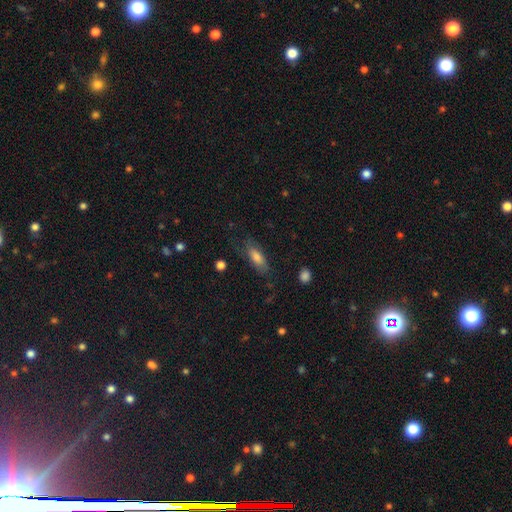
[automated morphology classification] Q: Smooth or featured?
A: smooth (75%); runner-up: featured or disk (18%)
Q: How rounded?
A: in between (71%); runner-up: cigar-shaped (26%)
Q: Merging?
A: none (67%); runner-up: minor disturbance (22%)